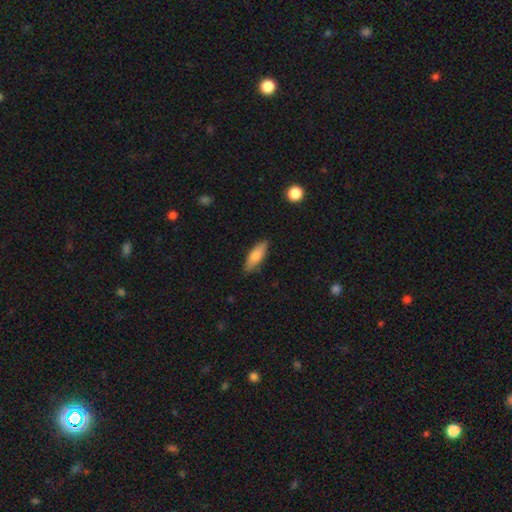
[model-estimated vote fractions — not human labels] Smooth or featured? smooth (79%)
How rounded? in between (58%)
Merging? none (85%)